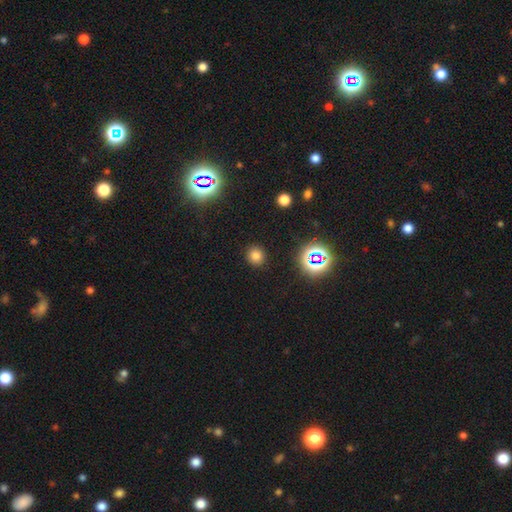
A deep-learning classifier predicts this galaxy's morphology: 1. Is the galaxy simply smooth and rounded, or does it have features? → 75% smooth, 19% star or artifact, 6% featured or disk.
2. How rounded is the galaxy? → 88% round, 11% in between, 1% cigar-shaped.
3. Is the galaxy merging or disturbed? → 89% none, 6% minor disturbance, 3% major disturbance, 1% merger.